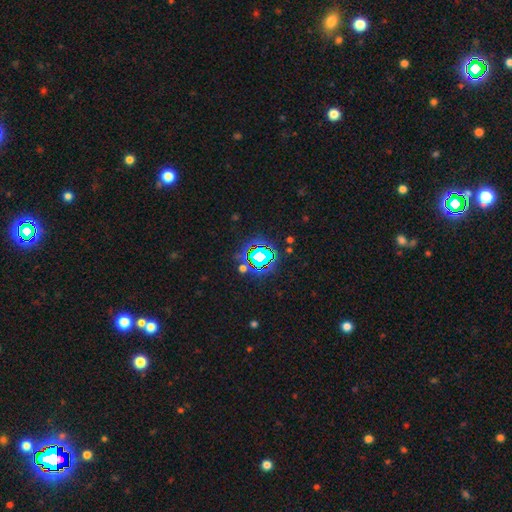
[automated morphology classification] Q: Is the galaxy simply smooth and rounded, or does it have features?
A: star or artifact — 69%.